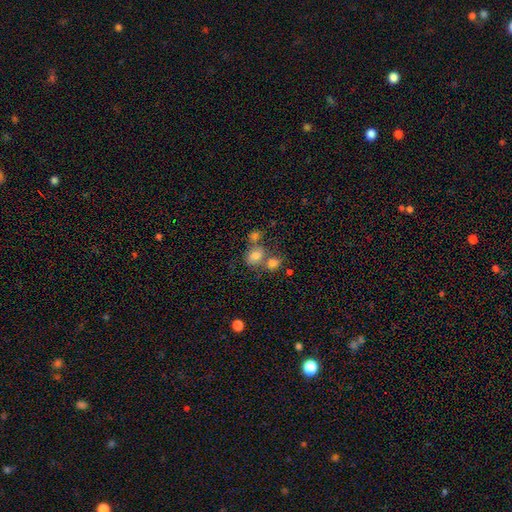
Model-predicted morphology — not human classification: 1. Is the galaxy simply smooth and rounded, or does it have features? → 76% smooth, 13% star or artifact, 11% featured or disk.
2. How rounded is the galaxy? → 55% in between, 44% round, 1% cigar-shaped.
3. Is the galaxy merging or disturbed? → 43% none, 39% merger, 12% minor disturbance, 6% major disturbance.